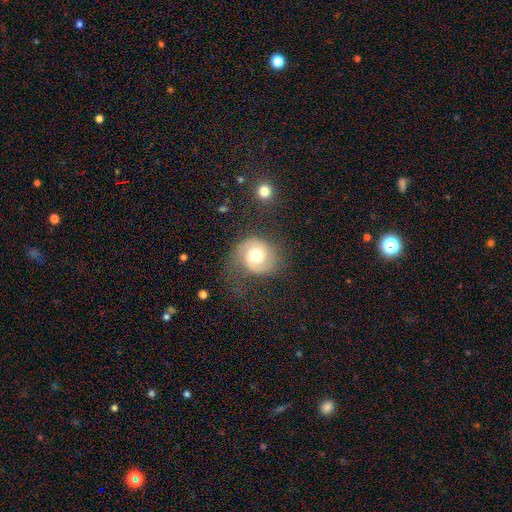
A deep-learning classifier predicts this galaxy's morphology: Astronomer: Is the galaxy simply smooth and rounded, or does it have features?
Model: featured or disk — 66%.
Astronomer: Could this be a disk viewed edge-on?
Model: no — 98%.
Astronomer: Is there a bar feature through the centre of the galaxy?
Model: no — 67%.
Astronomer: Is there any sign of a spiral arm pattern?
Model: yes — 89%.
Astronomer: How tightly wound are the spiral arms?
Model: medium — 45% (runner-up: tight, 35%).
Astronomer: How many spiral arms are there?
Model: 2 — 79%.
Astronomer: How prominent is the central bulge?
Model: moderate — 67%.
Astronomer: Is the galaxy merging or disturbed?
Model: none — 57%.